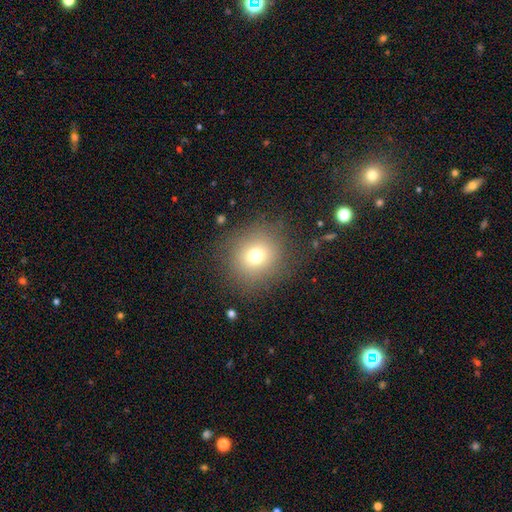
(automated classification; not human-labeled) Smooth or featured? Predicted: smooth (p=0.71). How rounded? Predicted: round (p=0.89). Merging? Predicted: none (p=0.83).